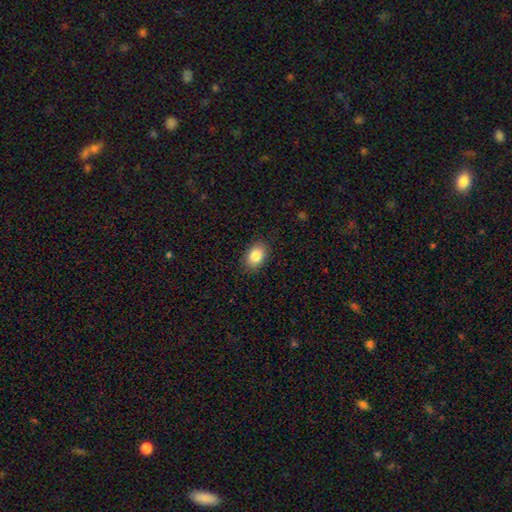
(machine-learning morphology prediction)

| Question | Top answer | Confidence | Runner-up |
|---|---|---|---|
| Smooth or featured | smooth | 85% | star or artifact (8%) |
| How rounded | in between | 79% | round (20%) |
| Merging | none | 88% | minor disturbance (9%) |